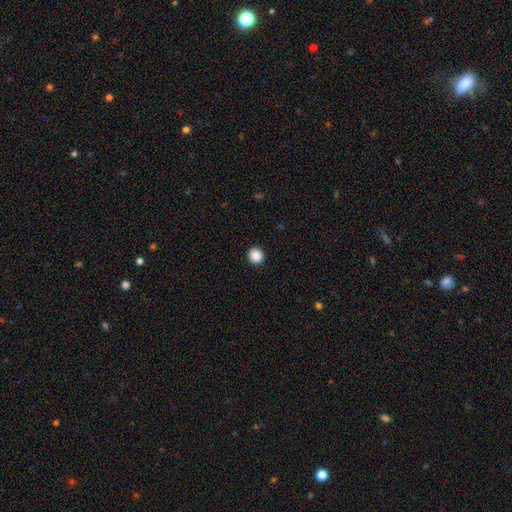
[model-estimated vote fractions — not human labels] smooth 88%, star or artifact 9%, featured or disk 2%. Down the decision tree: how rounded — round (92%); merging — none (93%).